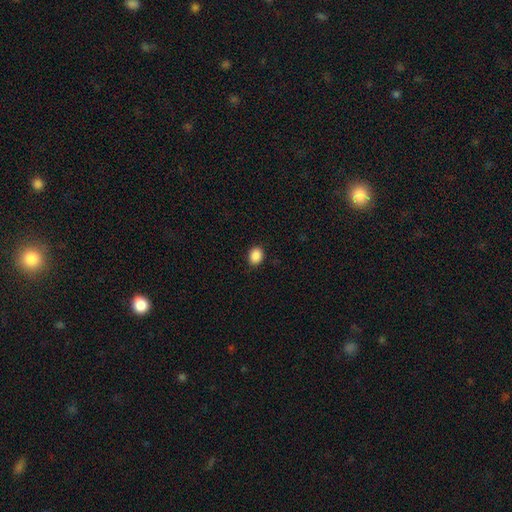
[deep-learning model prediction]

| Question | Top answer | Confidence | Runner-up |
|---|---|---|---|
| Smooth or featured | smooth | 89% | star or artifact (9%) |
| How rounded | in between | 52% | round (47%) |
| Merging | none | 87% | minor disturbance (10%) |